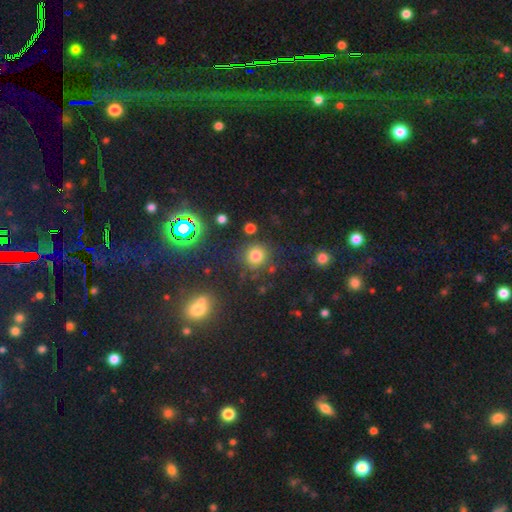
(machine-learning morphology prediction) This appears to be a smooth galaxy with no disk features (73%) that is round (91%). Merging: none (79%).